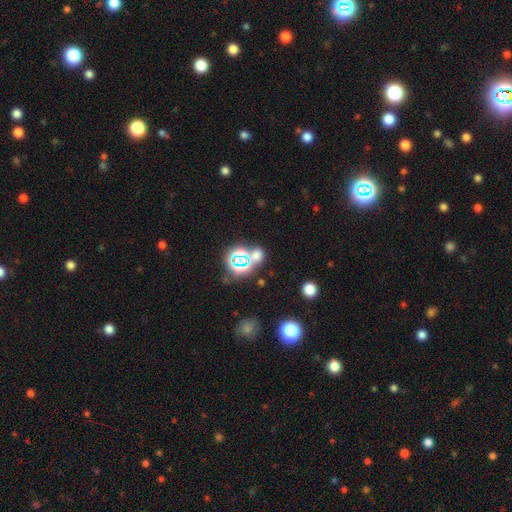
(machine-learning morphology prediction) Smooth or featured? star or artifact (47%)